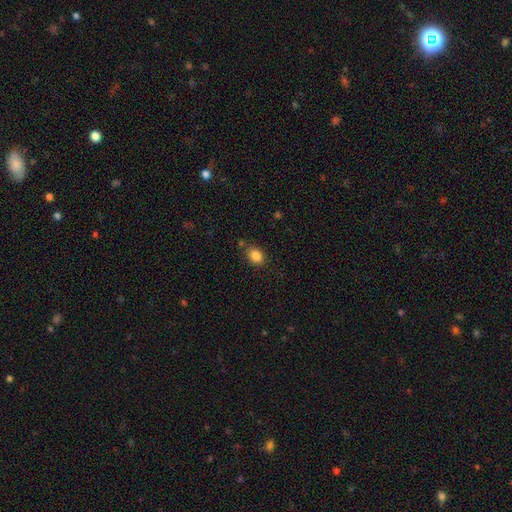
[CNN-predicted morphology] Smooth or featured? Predicted: smooth (p=0.85). How rounded? Predicted: in between (p=0.63). Merging? Predicted: none (p=0.78).